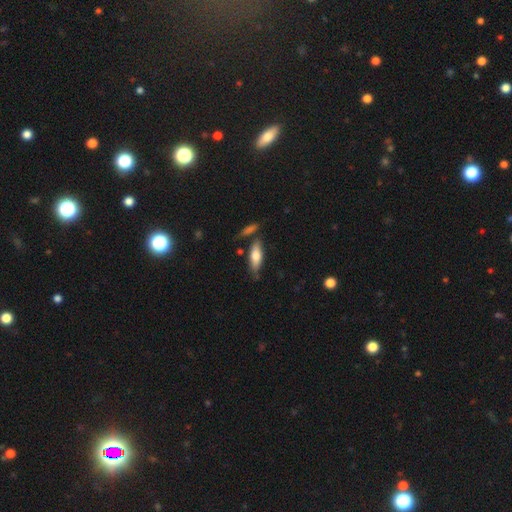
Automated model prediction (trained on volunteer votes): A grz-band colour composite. It shows a smooth galaxy with no disk features (69%) that is in between round and cigar-shaped (61%). Merging: none (71%).